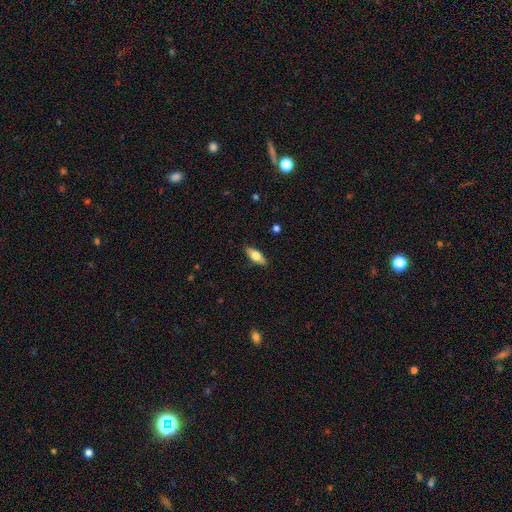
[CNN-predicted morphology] A smooth galaxy with no disk features (63%) that is in between round and cigar-shaped (71%).

Vote fractions:
- Smooth or featured? smooth: 63% / featured or disk: 30% / star or artifact: 6%
- How rounded? in between: 71% / cigar-shaped: 26% / round: 3%
- Merging? none: 88% / minor disturbance: 9% / major disturbance: 2% / merger: 1%